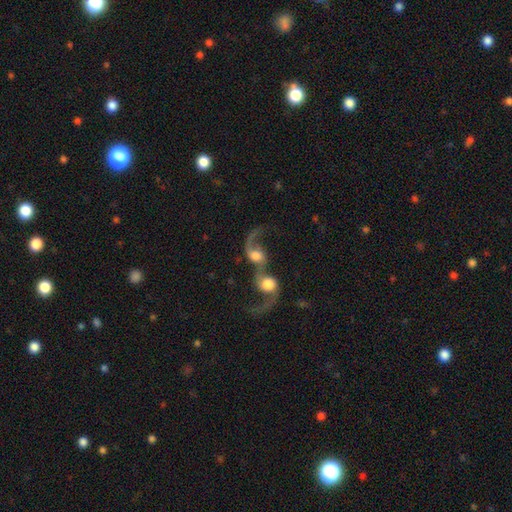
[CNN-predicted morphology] Smooth or featured? Predicted: featured or disk (p=0.62). Edge-on disk? Predicted: no (p=0.95). Bar? Predicted: no (p=0.65). Spiral arms? Predicted: yes (p=0.84). Bulge size? Predicted: large (p=0.37). Merging? Predicted: merger (p=0.84).